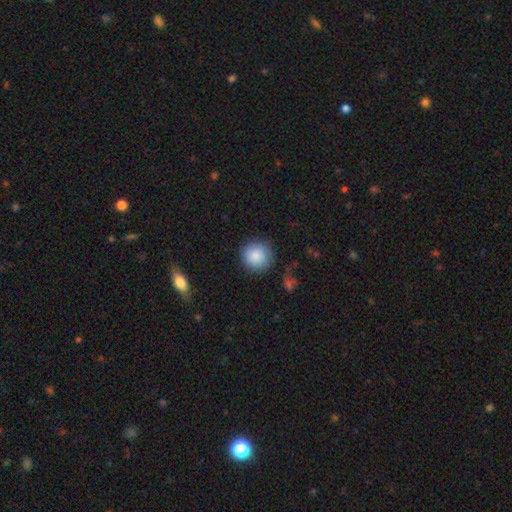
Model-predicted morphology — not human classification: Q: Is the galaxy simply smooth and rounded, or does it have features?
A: smooth — 87%.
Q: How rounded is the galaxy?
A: round — 93%.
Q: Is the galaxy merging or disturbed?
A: none — 83%.